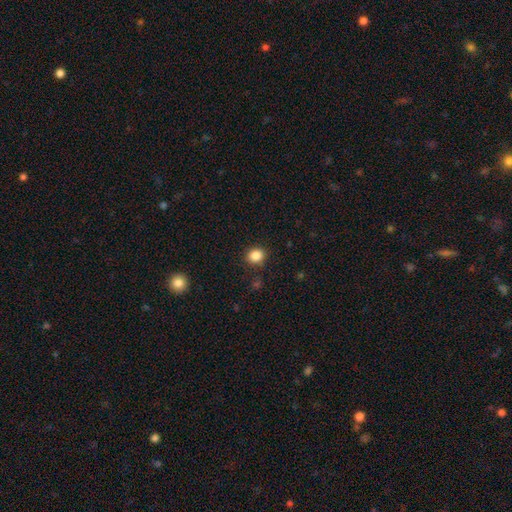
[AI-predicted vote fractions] Q: Smooth or featured?
A: smooth (86%); runner-up: star or artifact (11%)
Q: How rounded?
A: round (70%); runner-up: in between (30%)
Q: Merging?
A: none (88%); runner-up: minor disturbance (8%)